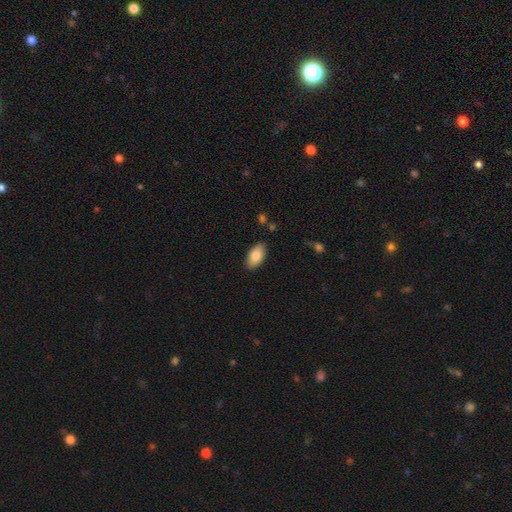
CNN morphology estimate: Smooth or featured?
  - smooth: 84% *
  - featured or disk: 10%
  - star or artifact: 6%
How rounded?
  - in between: 94% *
  - cigar-shaped: 3%
  - round: 3%
Merging?
  - none: 87% *
  - minor disturbance: 9%
  - major disturbance: 2%
  - merger: 1%